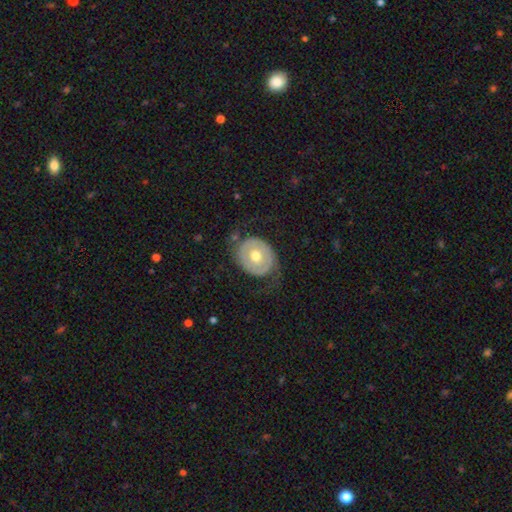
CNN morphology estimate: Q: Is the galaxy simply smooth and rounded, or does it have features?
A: featured or disk — 56%.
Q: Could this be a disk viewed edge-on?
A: no — 95%.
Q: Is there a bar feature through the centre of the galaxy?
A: no — 80%.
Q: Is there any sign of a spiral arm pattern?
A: no — 60%.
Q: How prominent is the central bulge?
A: moderate — 79%.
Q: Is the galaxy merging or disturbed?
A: none — 61%.